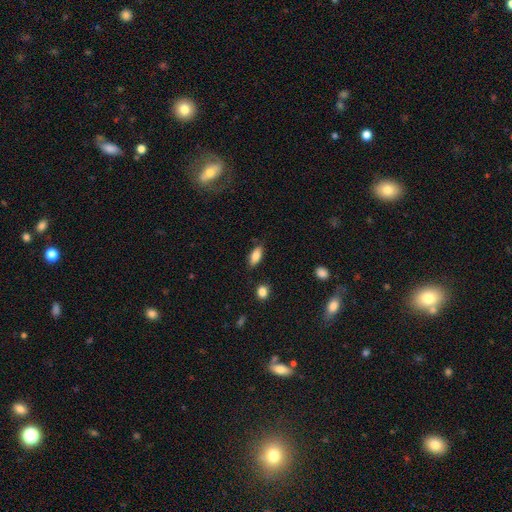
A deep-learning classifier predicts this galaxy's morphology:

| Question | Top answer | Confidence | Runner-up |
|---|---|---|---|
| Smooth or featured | smooth | 82% | featured or disk (11%) |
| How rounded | in between | 81% | cigar-shaped (16%) |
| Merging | none | 81% | minor disturbance (14%) |